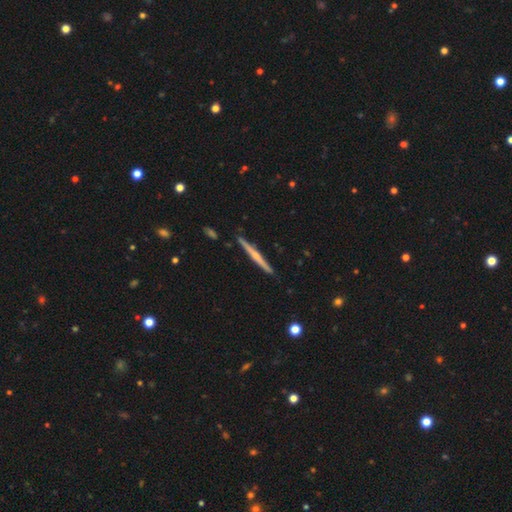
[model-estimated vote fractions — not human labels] smooth_or_featured: featured or disk (p=0.68) [alt: smooth p=0.26]
disk_edge_on: yes (p=0.98) [alt: no p=0.02]
edge_on_bulge: rounded (p=0.65) [alt: none p=0.29]
merging: none (p=0.91) [alt: minor disturbance p=0.06]